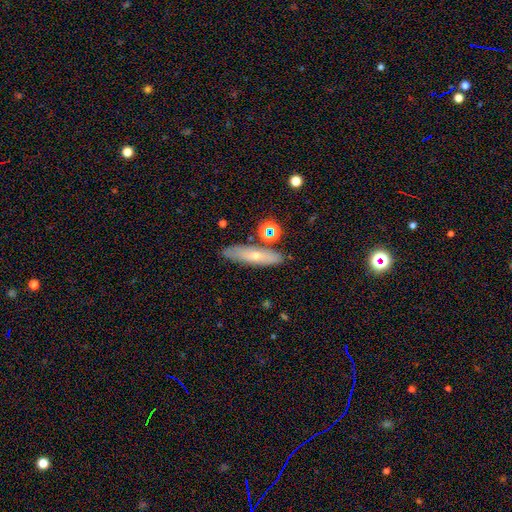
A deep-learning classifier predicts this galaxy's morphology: Q: Smooth or featured?
A: smooth (51%); runner-up: featured or disk (39%)
Q: How rounded?
A: cigar-shaped (70%); runner-up: in between (26%)
Q: Merging?
A: none (79%); runner-up: minor disturbance (12%)